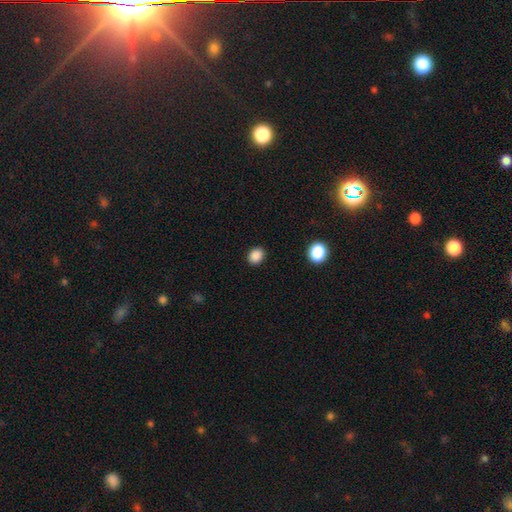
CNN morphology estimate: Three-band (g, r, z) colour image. It shows a smooth galaxy with no disk features (87%) that is round (61%). Merging: none (90%).